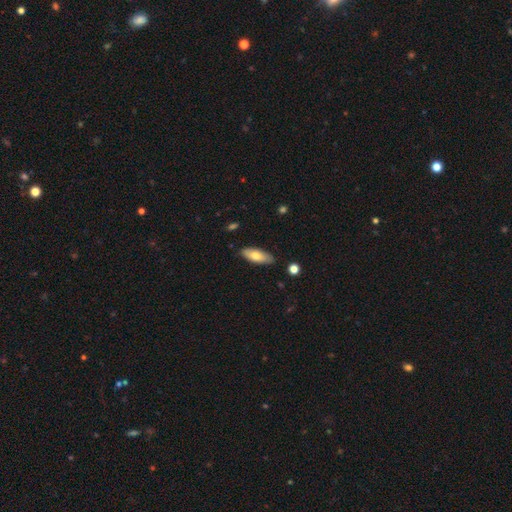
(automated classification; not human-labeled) Smooth or featured? smooth (71%)
How rounded? in between (74%)
Merging? none (85%)